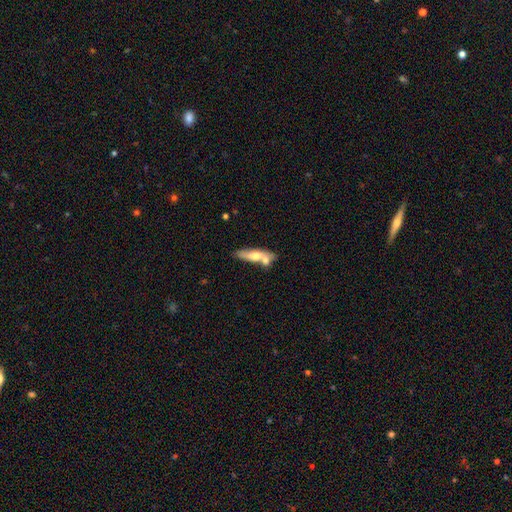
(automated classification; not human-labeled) Smooth or featured: smooth — 55% (featured or disk — 39%)
How rounded: cigar-shaped — 64% (in between — 32%)
Merging: none — 51% (merger — 30%)